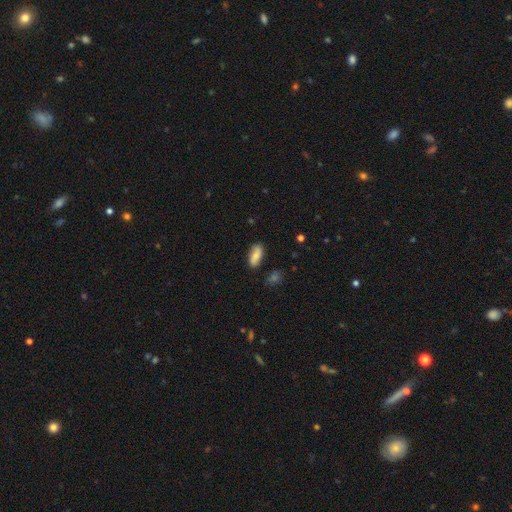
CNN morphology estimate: A smooth galaxy with no disk features (75%) that is in between round and cigar-shaped (83%).

Vote fractions:
- Smooth or featured? smooth: 75% / featured or disk: 18% / star or artifact: 8%
- How rounded? in between: 83% / cigar-shaped: 14% / round: 3%
- Merging? none: 79% / minor disturbance: 15% / major disturbance: 3% / merger: 2%